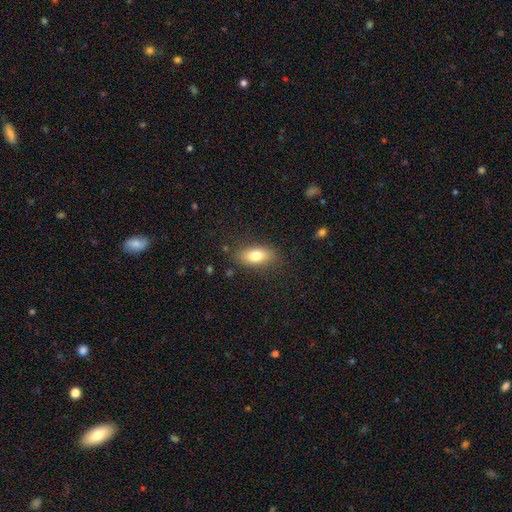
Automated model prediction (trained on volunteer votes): Morphology: type=smooth (78%); roundness=in between (84%); merging=none (83%).